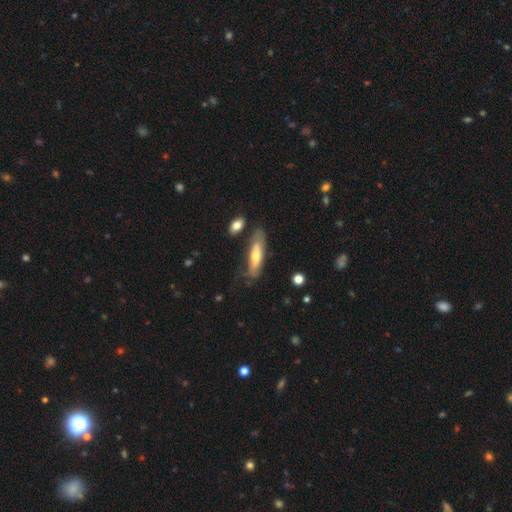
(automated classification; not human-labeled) A smooth galaxy with no disk features (49%).

Vote fractions:
- Smooth or featured? smooth: 49% / featured or disk: 45% / star or artifact: 6%
- Merging? none: 63% / minor disturbance: 23% / major disturbance: 8% / merger: 6%